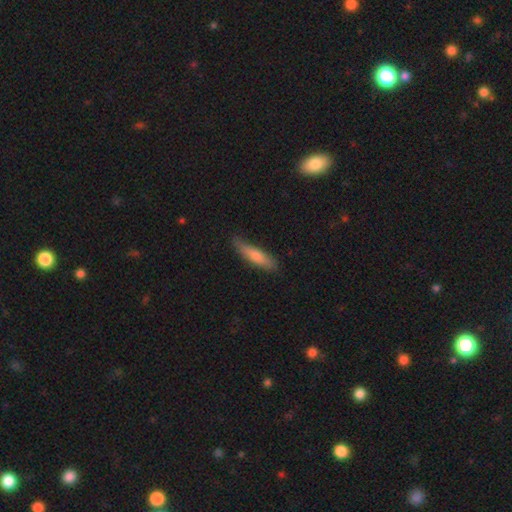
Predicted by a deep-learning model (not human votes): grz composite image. It shows a smooth galaxy with no disk features (71%) that is cigar-shaped (81%). Merging: none (78%).